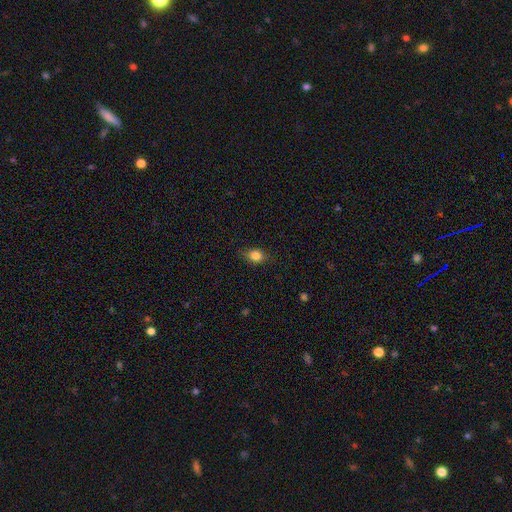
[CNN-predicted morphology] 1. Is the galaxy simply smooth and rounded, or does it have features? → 83% smooth, 10% star or artifact, 7% featured or disk.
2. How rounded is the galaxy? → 56% in between, 42% round, 2% cigar-shaped.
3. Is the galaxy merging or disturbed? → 76% none, 19% minor disturbance, 4% major disturbance, 1% merger.